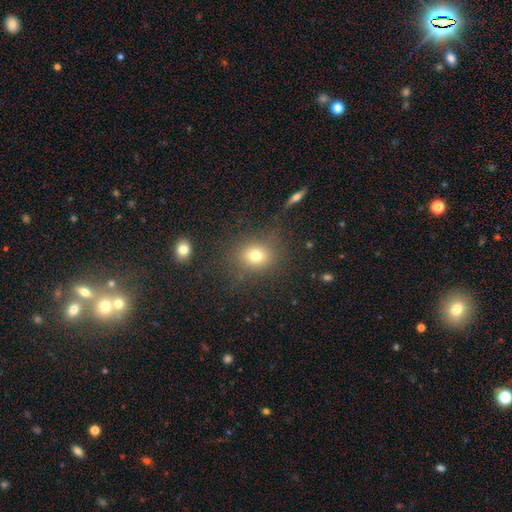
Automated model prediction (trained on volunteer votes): Smooth or featured: smooth — 75% (star or artifact — 15%)
How rounded: round — 69% (in between — 29%)
Merging: none — 80% (minor disturbance — 11%)